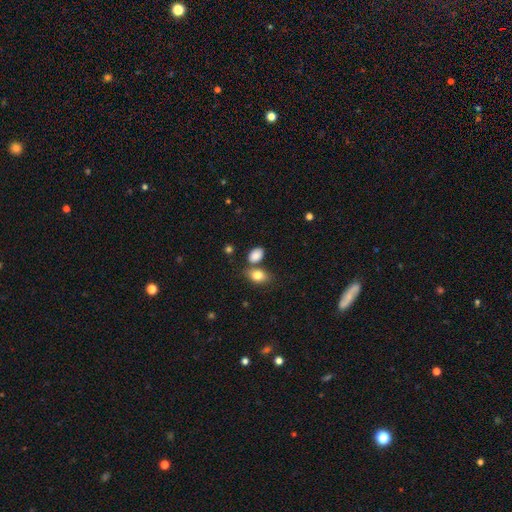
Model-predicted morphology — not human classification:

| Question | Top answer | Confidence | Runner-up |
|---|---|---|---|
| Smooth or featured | smooth | 85% | star or artifact (9%) |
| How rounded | in between | 85% | round (14%) |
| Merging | none | 57% | merger (25%) |